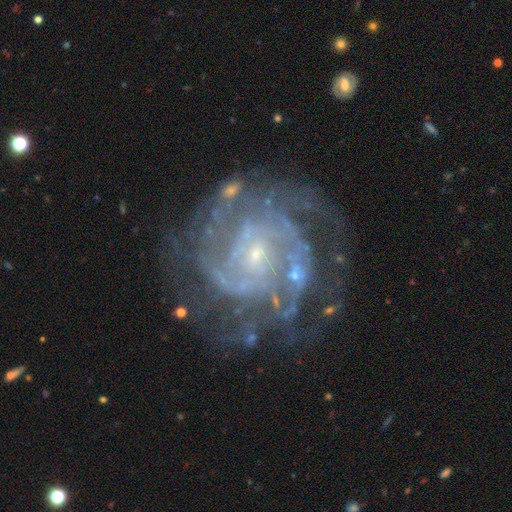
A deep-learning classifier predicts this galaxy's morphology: type=featured or disk (89%); edge-on=no (98%); bar=no (60%); spiral arms=yes (97%); winding=tight (69%); arm count=can't tell (24%); bulge=small (81%); merging=none (70%).